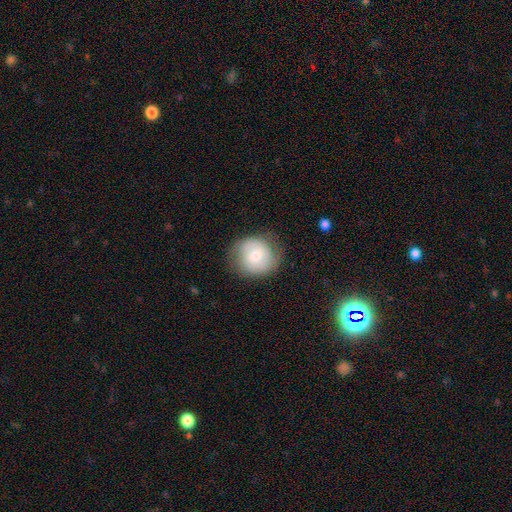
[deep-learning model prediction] Overall: smooth (54%; featured or disk 39%). How rounded: round (83%). Merging: none (72%).